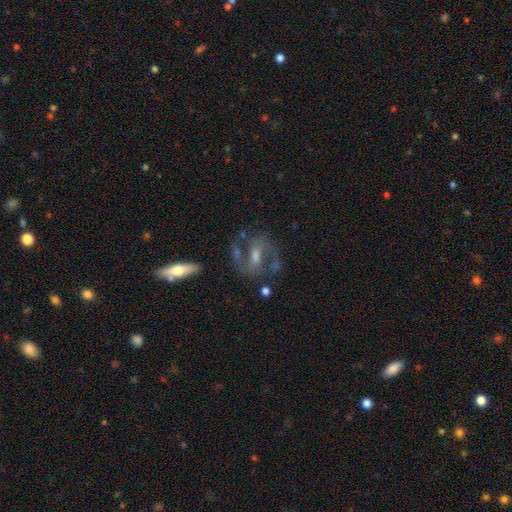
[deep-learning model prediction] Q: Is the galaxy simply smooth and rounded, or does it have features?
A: featured or disk — 82%.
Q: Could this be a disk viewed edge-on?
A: no — 93%.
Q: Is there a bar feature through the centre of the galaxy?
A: weak — 42%.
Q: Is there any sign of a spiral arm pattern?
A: yes — 91%.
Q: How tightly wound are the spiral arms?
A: medium — 57%.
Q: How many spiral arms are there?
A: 2 — 88%.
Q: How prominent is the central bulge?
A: moderate — 51%.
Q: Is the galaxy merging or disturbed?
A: none — 70%.